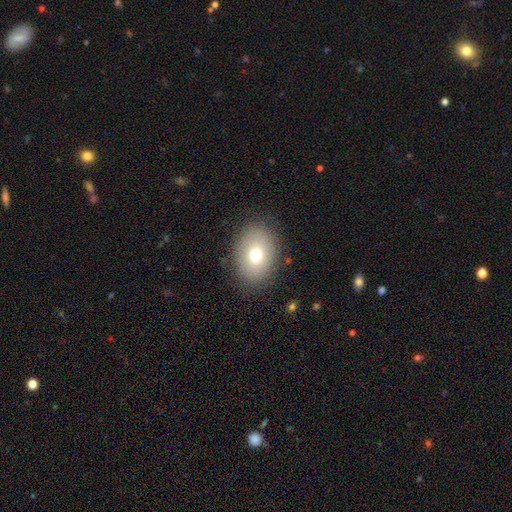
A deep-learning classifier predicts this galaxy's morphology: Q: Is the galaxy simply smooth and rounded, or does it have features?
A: smooth — 70%.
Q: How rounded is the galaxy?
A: in between — 69%.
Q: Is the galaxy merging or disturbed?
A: none — 89%.